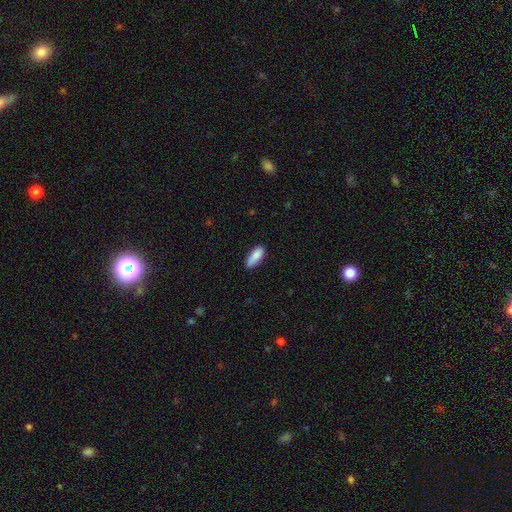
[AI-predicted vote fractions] smooth 88%, star or artifact 6%, featured or disk 6%. Down the decision tree: how rounded — in between (75%); merging — none (79%).